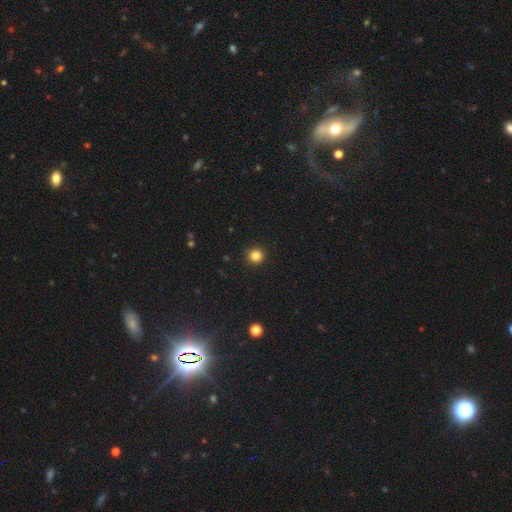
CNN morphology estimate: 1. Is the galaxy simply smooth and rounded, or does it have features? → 84% smooth, 12% star or artifact, 4% featured or disk.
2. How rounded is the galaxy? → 94% round, 5% in between, 1% cigar-shaped.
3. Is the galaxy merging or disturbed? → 92% none, 5% minor disturbance, 2% major disturbance, 1% merger.